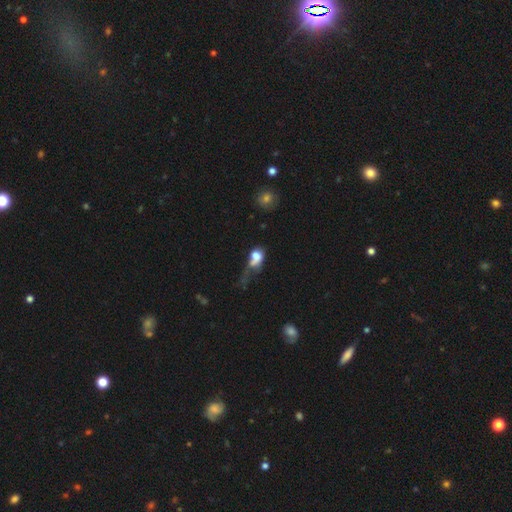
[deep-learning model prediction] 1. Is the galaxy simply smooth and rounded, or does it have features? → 66% smooth, 23% featured or disk, 12% star or artifact.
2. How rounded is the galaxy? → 61% in between, 35% round, 4% cigar-shaped.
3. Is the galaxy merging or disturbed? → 44% major disturbance, 22% merger, 18% none, 16% minor disturbance.